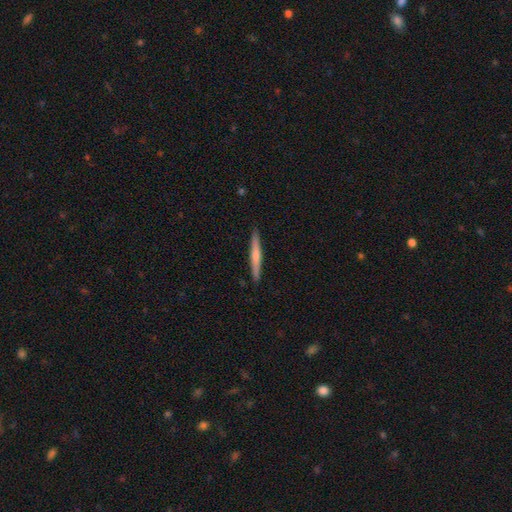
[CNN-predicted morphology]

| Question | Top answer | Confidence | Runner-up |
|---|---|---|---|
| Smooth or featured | smooth | 48% | featured or disk (47%) |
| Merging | none | 91% | minor disturbance (6%) |